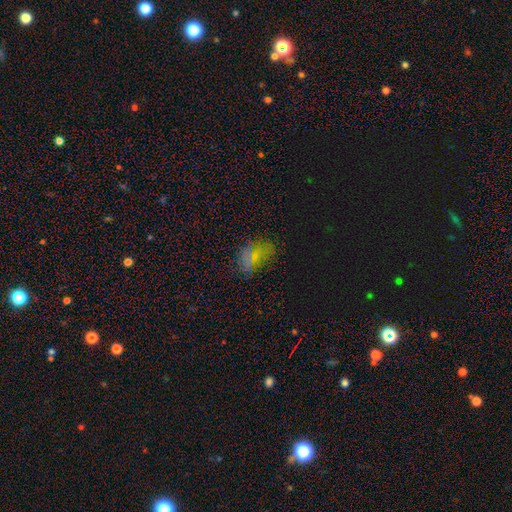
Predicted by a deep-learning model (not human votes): Overall: smooth (54%; star or artifact 30%). How rounded: in between (85%). Merging: none (53%; minor disturbance 24%).